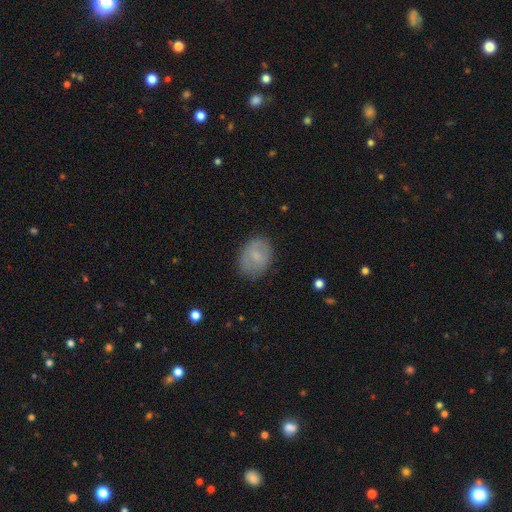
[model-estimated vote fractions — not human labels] This is likely a smooth galaxy (70%). How rounded: likely in between (66%). Merging: likely none (76%).